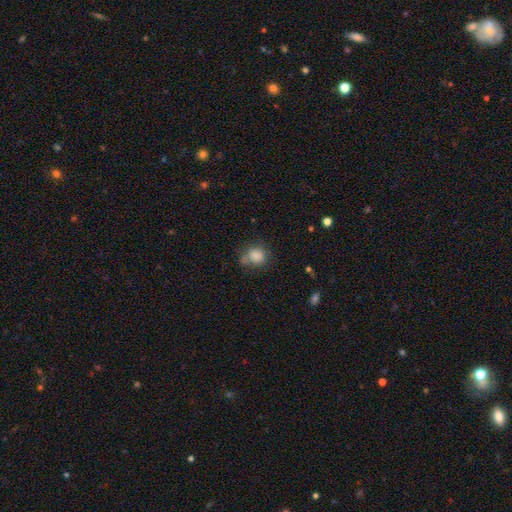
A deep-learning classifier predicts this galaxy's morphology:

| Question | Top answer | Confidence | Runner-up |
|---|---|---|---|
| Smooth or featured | smooth | 82% | star or artifact (10%) |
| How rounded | round | 64% | in between (35%) |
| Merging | none | 52% | minor disturbance (24%) |